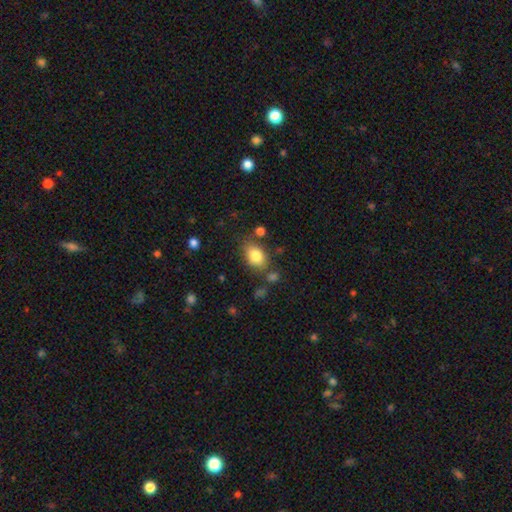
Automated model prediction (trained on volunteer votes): Smooth or featured? Predicted: smooth (p=0.83). How rounded? Predicted: in between (p=0.81). Merging? Predicted: none (p=0.71).